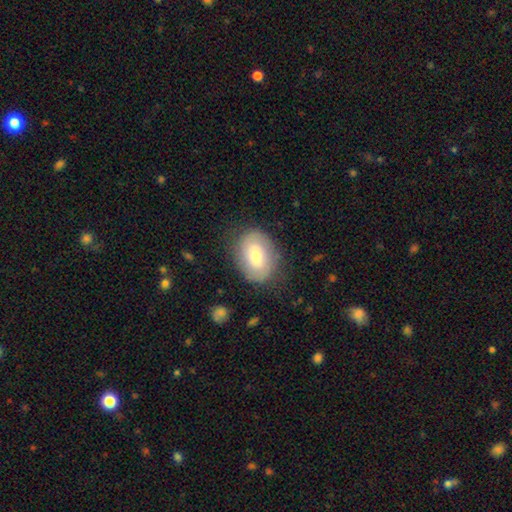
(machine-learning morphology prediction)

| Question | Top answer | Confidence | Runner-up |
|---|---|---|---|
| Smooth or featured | smooth | 60% | featured or disk (33%) |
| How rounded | in between | 73% | round (25%) |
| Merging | none | 78% | minor disturbance (15%) |